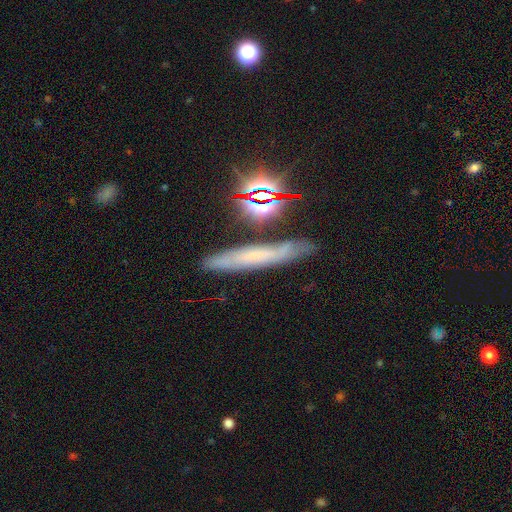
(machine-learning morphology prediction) This is marginally a smooth galaxy (38%). Merging: likely none (80%).